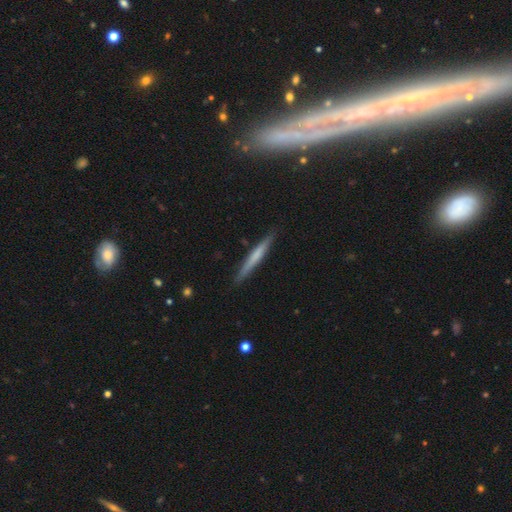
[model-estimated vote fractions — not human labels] smooth 55%, featured or disk 39%, star or artifact 6%. Down the decision tree: how rounded — cigar-shaped (96%); merging — none (89%).